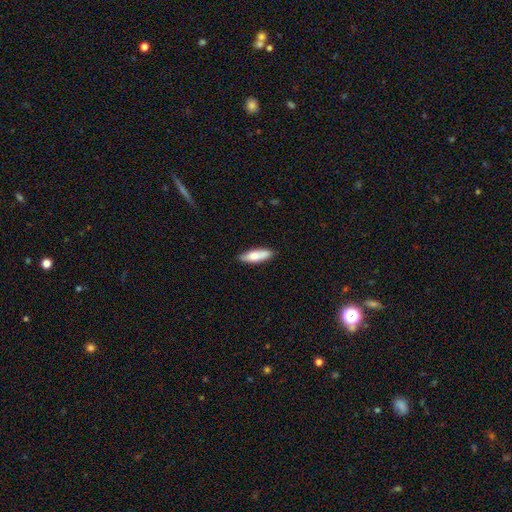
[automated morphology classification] A smooth galaxy with no disk features (79%) that is cigar-shaped (52%).

Vote fractions:
- Smooth or featured? smooth: 79% / featured or disk: 16% / star or artifact: 6%
- How rounded? cigar-shaped: 52% / in between: 46% / round: 2%
- Merging? none: 85% / minor disturbance: 12% / major disturbance: 2% / merger: 1%